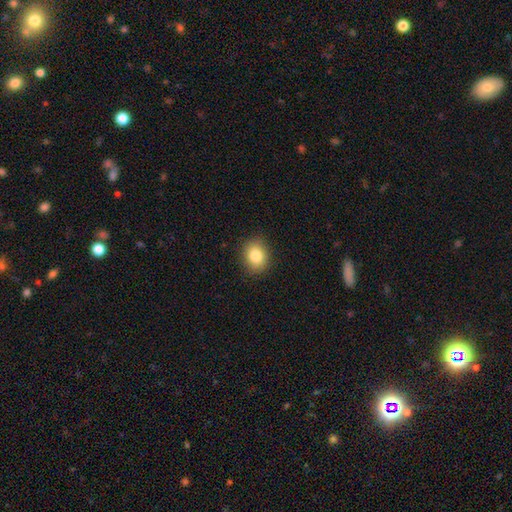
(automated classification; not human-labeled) Overall: smooth (83%). How rounded: round (59%; in between 40%). Merging: none (88%).